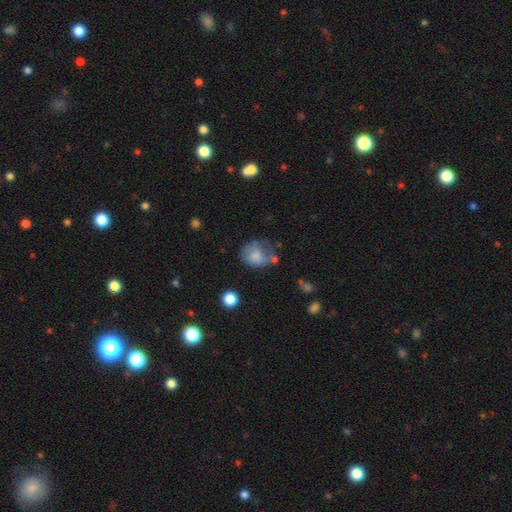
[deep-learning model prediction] Q: Smooth or featured?
A: smooth (72%); runner-up: featured or disk (18%)
Q: How rounded?
A: round (62%); runner-up: in between (37%)
Q: Merging?
A: none (37%); runner-up: minor disturbance (30%)